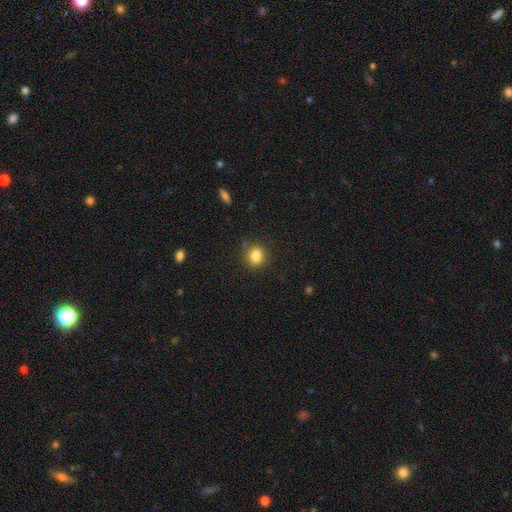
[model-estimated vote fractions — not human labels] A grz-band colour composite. It shows a smooth galaxy with no disk features (84%) that is round (70%). Merging: none (82%).